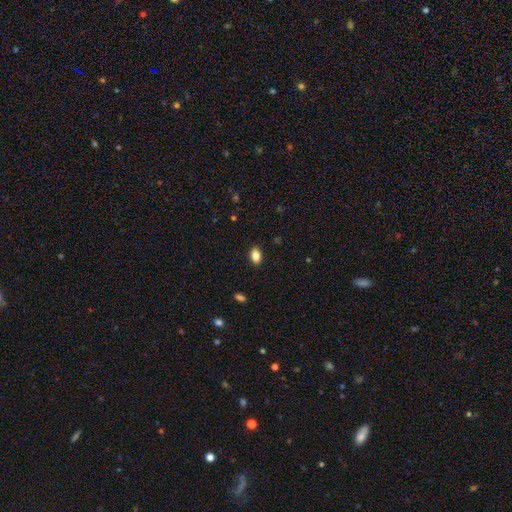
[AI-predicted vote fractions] Smooth or featured?
  - smooth: 85% *
  - star or artifact: 9%
  - featured or disk: 6%
How rounded?
  - in between: 87% *
  - round: 11%
  - cigar-shaped: 2%
Merging?
  - none: 89% *
  - minor disturbance: 8%
  - major disturbance: 2%
  - merger: 1%